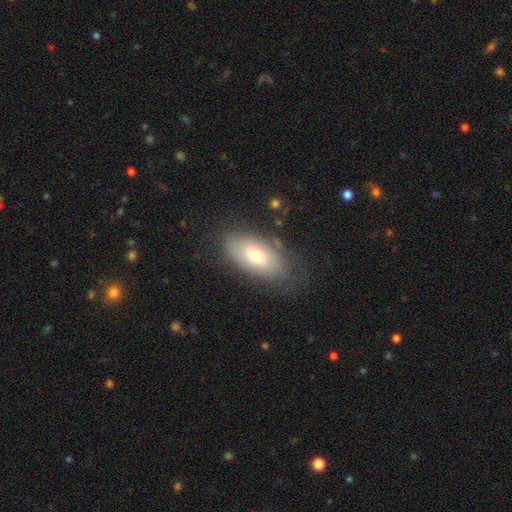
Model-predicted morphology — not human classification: Smooth or featured? smooth (60%)
How rounded? in between (92%)
Merging? none (69%)